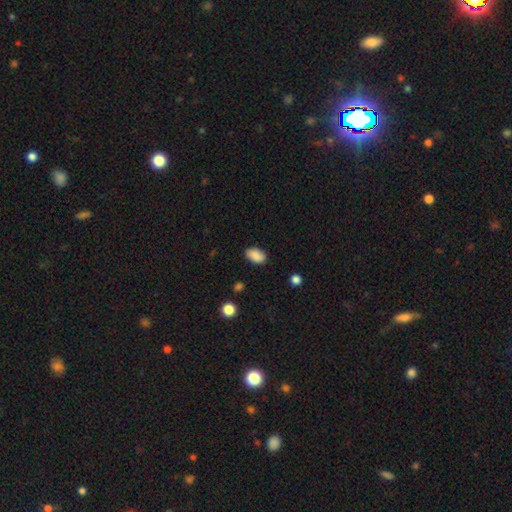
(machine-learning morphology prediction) Smooth or featured? Predicted: smooth (p=0.88). How rounded? Predicted: in between (p=0.91). Merging? Predicted: none (p=0.84).